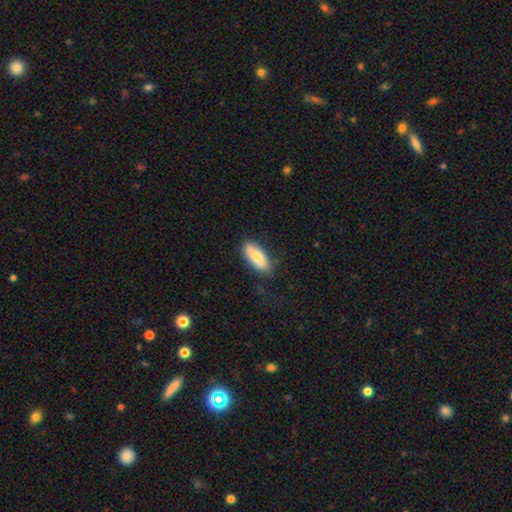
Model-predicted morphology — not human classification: The model was most divided on "smooth or featured": smooth: 69%, featured or disk: 25%, star or artifact: 6%. More confident: merging — none (78%); how rounded — in between (77%).